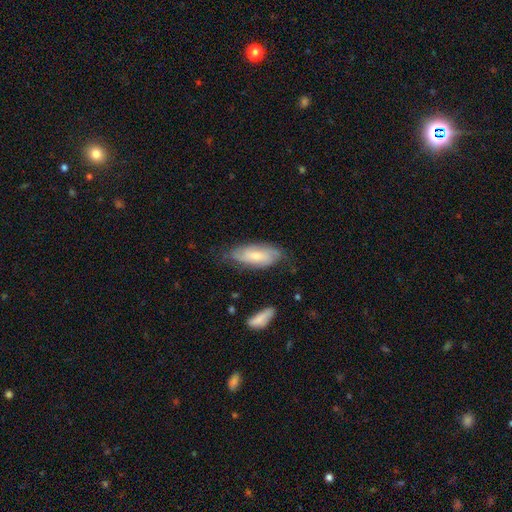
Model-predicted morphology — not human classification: Overall: featured or disk (47%; smooth 46%). Merging: none (67%).